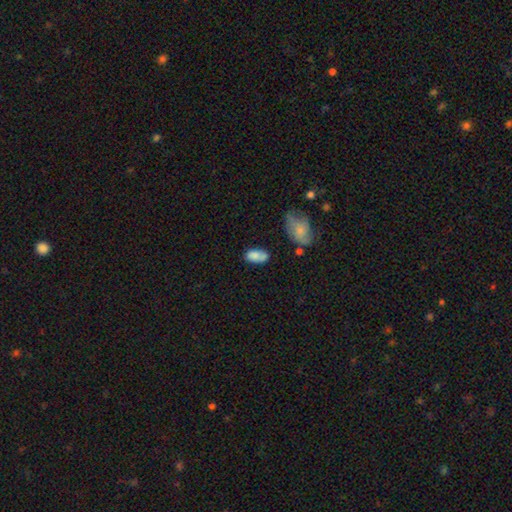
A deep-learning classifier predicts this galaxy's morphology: smooth 76%, featured or disk 16%, star or artifact 8%. Down the decision tree: how rounded — in between (91%); merging — none (50%).